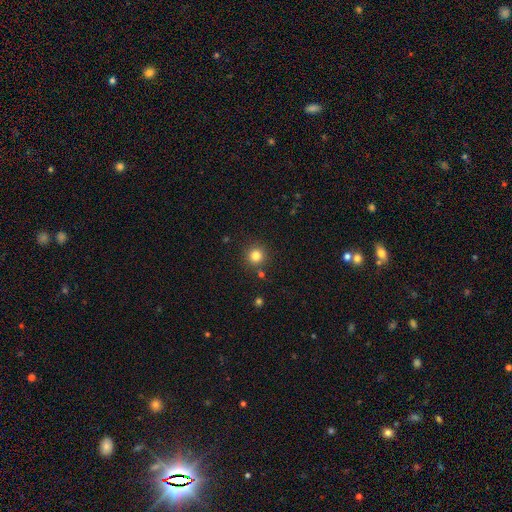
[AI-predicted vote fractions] Morphology: type=smooth (82%); roundness=round (95%); merging=none (85%).